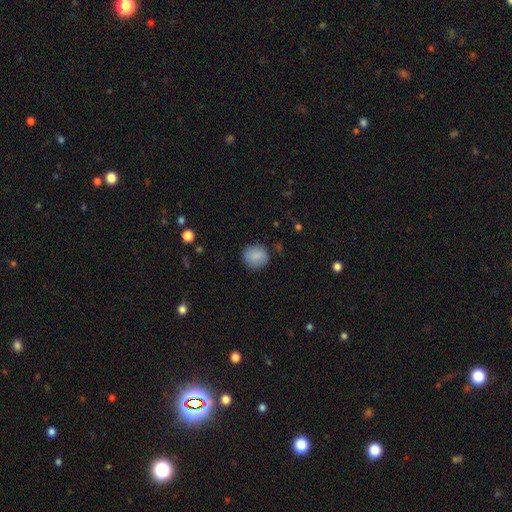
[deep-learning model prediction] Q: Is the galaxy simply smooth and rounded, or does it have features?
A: smooth — 87%.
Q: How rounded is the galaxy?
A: round — 83%.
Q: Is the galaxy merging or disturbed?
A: none — 87%.